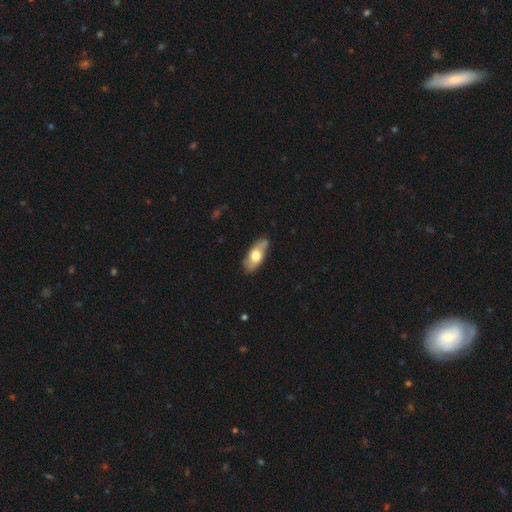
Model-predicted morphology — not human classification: Overall: smooth (58%; featured or disk 36%). How rounded: in between (82%). Merging: none (78%).